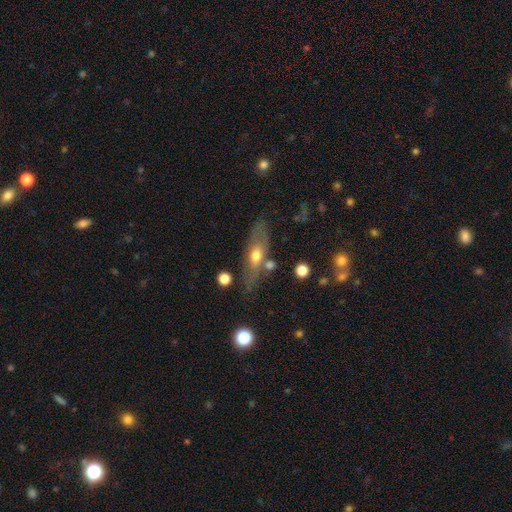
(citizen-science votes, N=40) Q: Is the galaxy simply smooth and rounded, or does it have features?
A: smooth — 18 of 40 (45%).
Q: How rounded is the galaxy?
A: cigar-shaped — 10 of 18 (56%).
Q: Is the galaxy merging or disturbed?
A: none — 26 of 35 (74%).